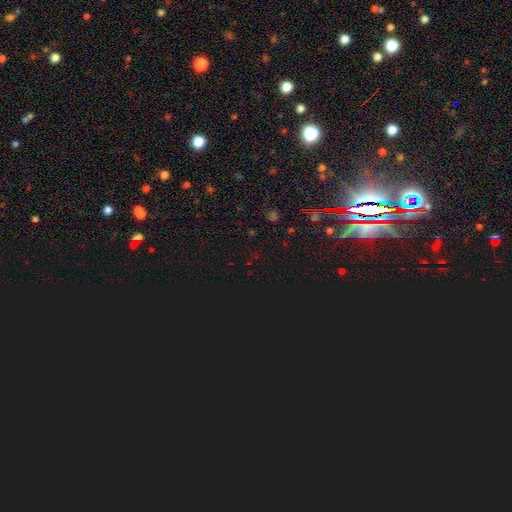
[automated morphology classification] smooth-or-featured: star or artifact: 72% | smooth: 21% | featured or disk: 6%